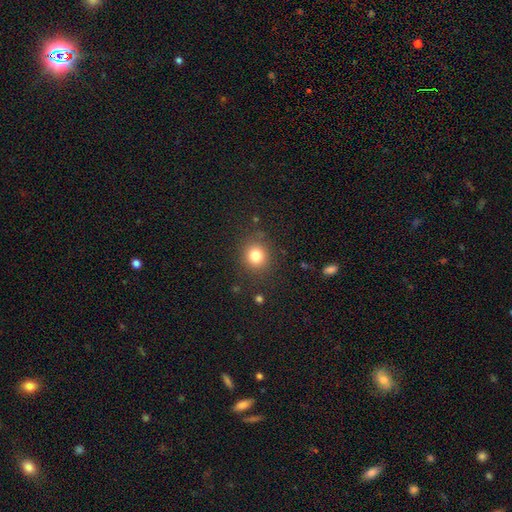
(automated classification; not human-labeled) This appears to be a smooth galaxy with no disk features (81%) that is round (84%). Merging: none (86%).